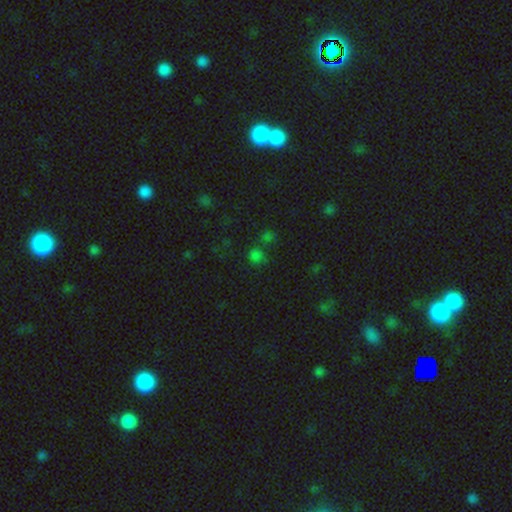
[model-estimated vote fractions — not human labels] smooth-or-featured: smooth: 57% | star or artifact: 36% | featured or disk: 7%
  how-rounded: round: 83% | in between: 16% | cigar-shaped: 1%
  merging: none: 56% | merger: 24% | minor disturbance: 13% | major disturbance: 7%